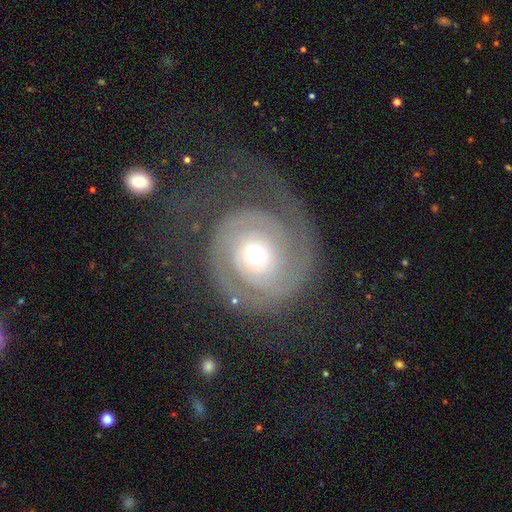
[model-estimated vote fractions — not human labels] Morphology: type=featured or disk (86%); edge-on=no (98%); bar=no (77%); spiral arms=yes (95%); winding=tight (66%); arm count=2 (74%); bulge=moderate (62%); merging=none (66%).